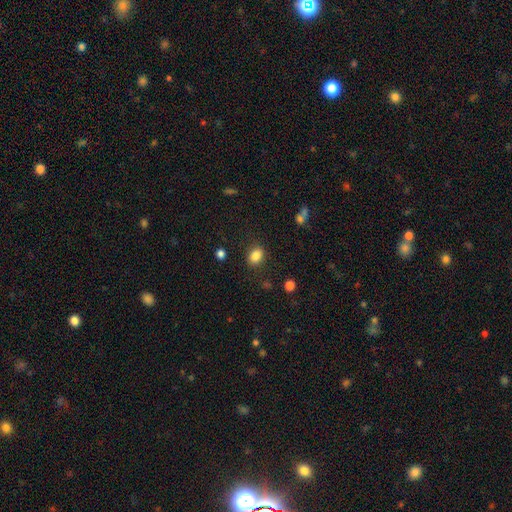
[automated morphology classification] The model was most divided on "how rounded": in between: 68%, round: 31%, cigar-shaped: 1%. More confident: smooth or featured — smooth (85%); merging — none (83%).